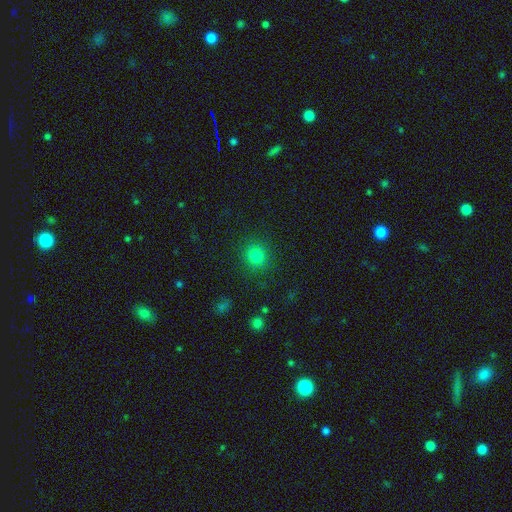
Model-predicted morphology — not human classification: The model was most divided on "smooth or featured": smooth: 82%, star or artifact: 13%, featured or disk: 4%. More confident: how rounded — round (89%); merging — none (89%).